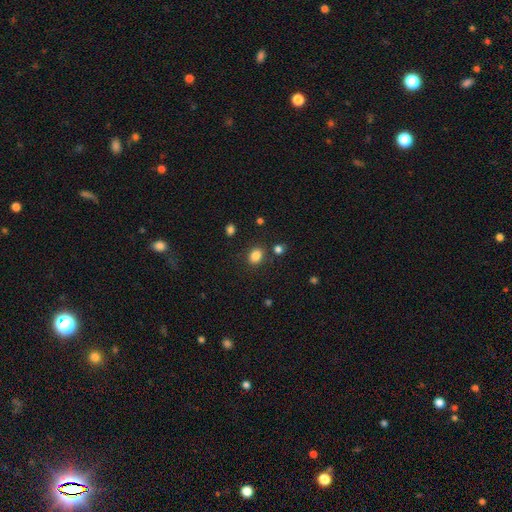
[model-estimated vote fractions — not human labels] This is clearly a smooth galaxy (84%). How rounded: possibly in between (55%). Merging: clearly none (81%).